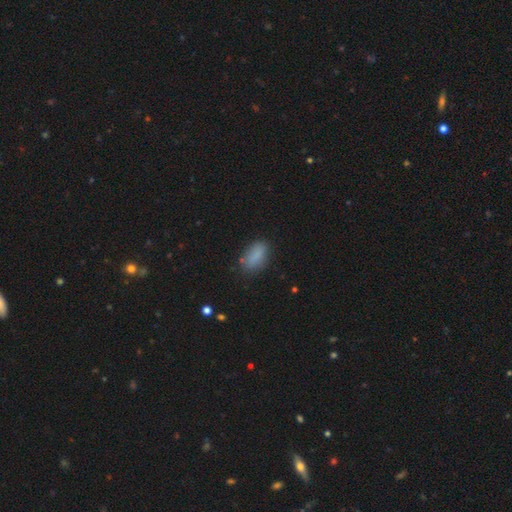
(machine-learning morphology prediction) smooth_or_featured: smooth (p=0.85) [alt: star or artifact p=0.09]
how_rounded: in between (p=0.88) [alt: cigar-shaped p=0.07]
merging: none (p=0.76) [alt: minor disturbance p=0.17]